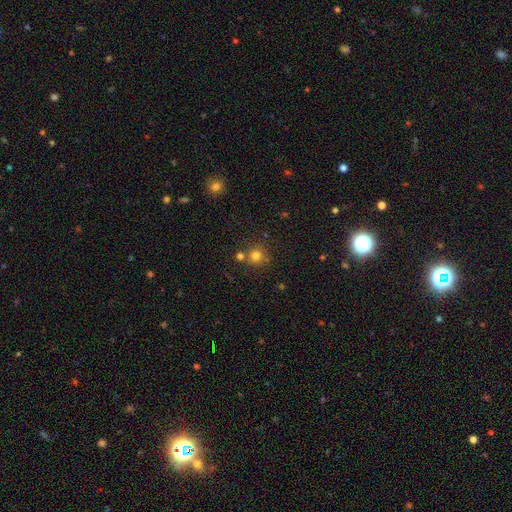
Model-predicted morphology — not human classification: Q: Smooth or featured?
A: smooth (76%); runner-up: star or artifact (17%)
Q: How rounded?
A: round (91%); runner-up: in between (8%)
Q: Merging?
A: none (70%); runner-up: merger (19%)